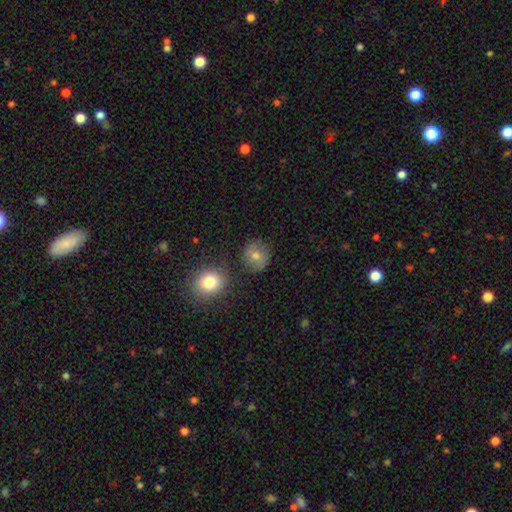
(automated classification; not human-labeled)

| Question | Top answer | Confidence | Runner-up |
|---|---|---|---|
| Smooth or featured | smooth | 70% | featured or disk (18%) |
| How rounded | round | 84% | in between (15%) |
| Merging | none | 80% | minor disturbance (11%) |